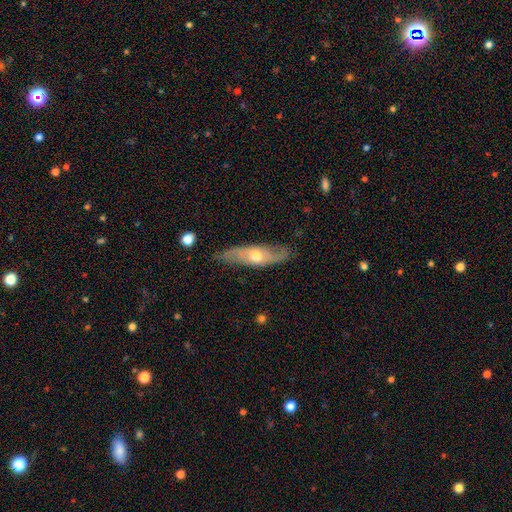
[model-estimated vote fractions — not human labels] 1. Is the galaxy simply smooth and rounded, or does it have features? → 65% featured or disk, 28% smooth, 7% star or artifact.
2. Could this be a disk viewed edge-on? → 51% no, 49% yes.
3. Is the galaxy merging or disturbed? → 81% none, 14% minor disturbance, 3% major disturbance, 1% merger.